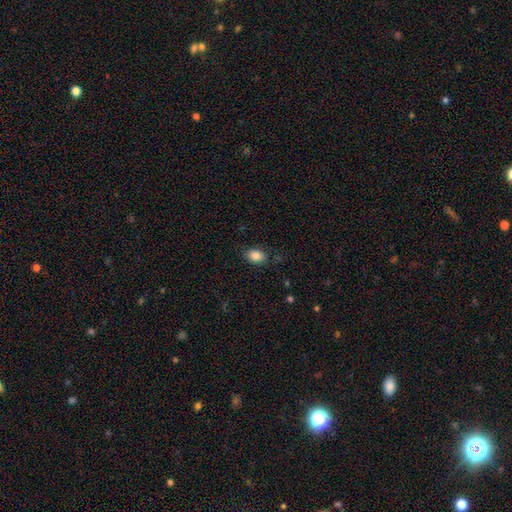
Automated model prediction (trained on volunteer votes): The model was most divided on "how rounded": in between: 82%, round: 16%, cigar-shaped: 1%. More confident: smooth or featured — smooth (85%); merging — none (83%).